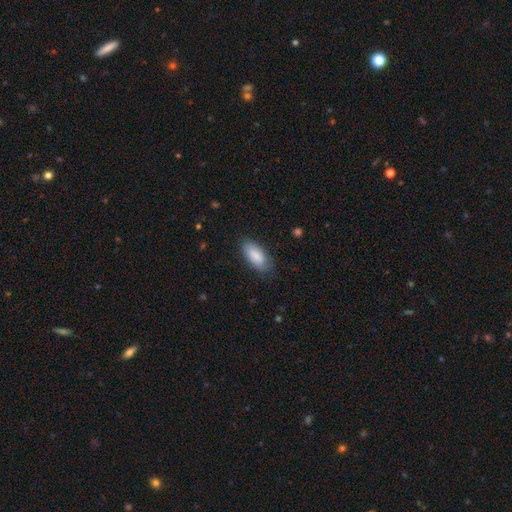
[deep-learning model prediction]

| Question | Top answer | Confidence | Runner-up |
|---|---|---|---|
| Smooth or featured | smooth | 88% | featured or disk (6%) |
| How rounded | in between | 88% | cigar-shaped (10%) |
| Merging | none | 81% | minor disturbance (14%) |